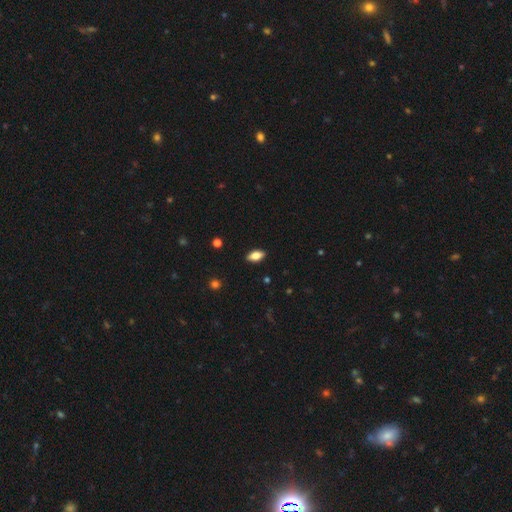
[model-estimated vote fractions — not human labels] smooth 79%, featured or disk 14%, star or artifact 8%. Down the decision tree: how rounded — in between (88%); merging — none (88%).